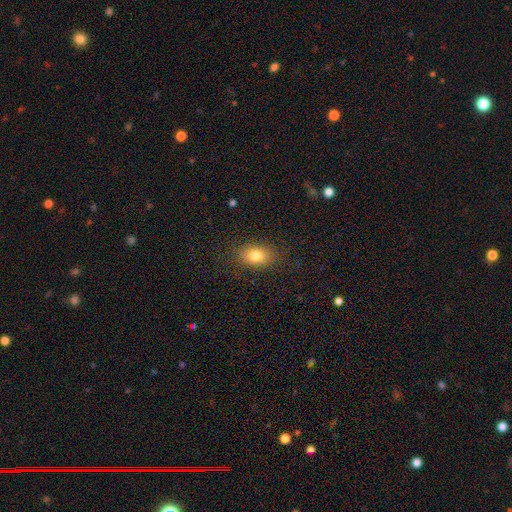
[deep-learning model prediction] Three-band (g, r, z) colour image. It shows a smooth galaxy with no disk features (79%) that is in between round and cigar-shaped (78%). Merging: none (85%).